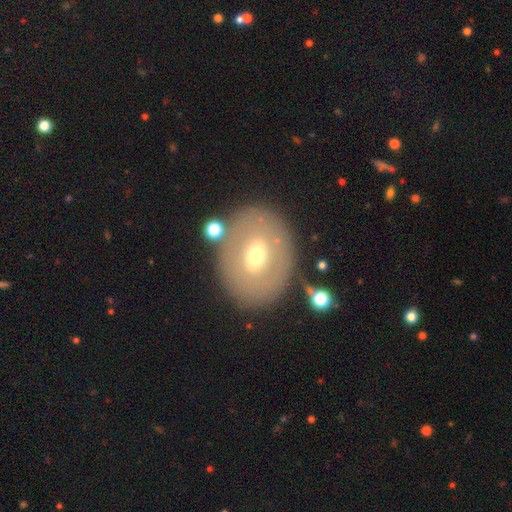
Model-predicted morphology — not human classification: Smooth or featured?
  - featured or disk: 46% * (tied)
  - smooth: 46% * (tied)
  - star or artifact: 8%
Merging?
  - none: 78% *
  - minor disturbance: 12%
  - major disturbance: 5%
  - merger: 4%